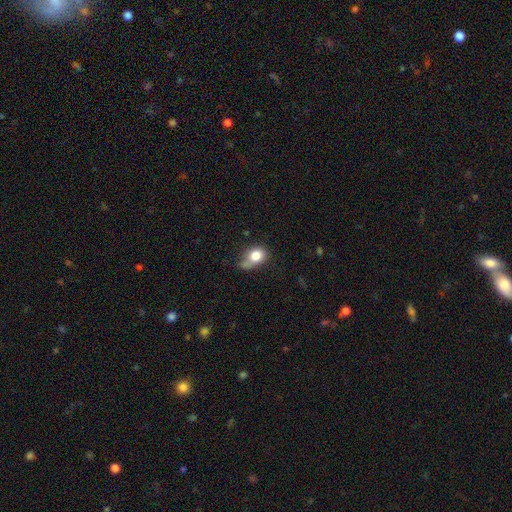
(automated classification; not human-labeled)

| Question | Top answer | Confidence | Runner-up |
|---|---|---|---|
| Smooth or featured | smooth | 78% | featured or disk (13%) |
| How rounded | in between | 57% | round (41%) |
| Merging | none | 37% | minor disturbance (34%) |